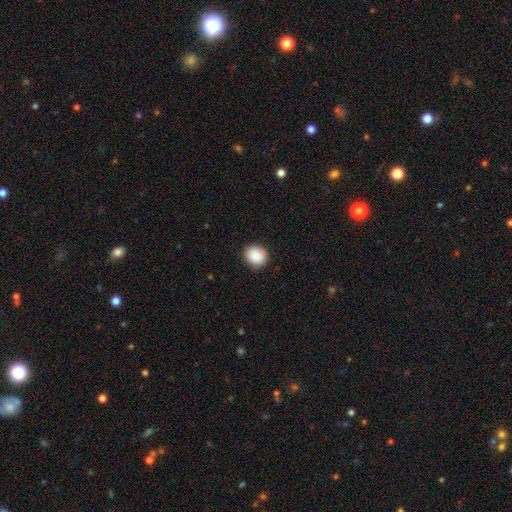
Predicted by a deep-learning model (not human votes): Smooth or featured? Predicted: smooth (p=0.89). How rounded? Predicted: round (p=0.81). Merging? Predicted: none (p=0.87).